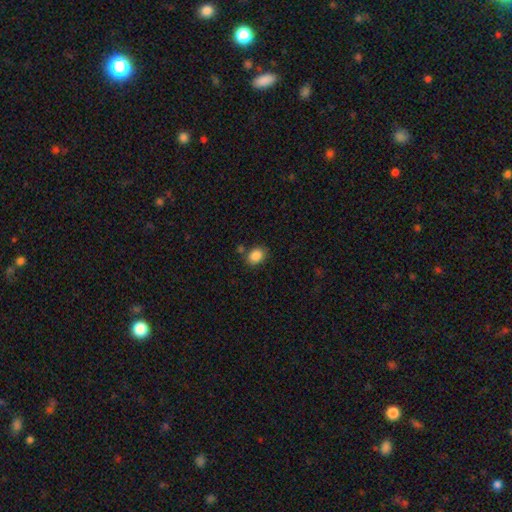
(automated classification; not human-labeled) Q: Smooth or featured?
A: smooth (87%); runner-up: star or artifact (9%)
Q: How rounded?
A: in between (62%); runner-up: round (37%)
Q: Merging?
A: none (77%); runner-up: minor disturbance (12%)